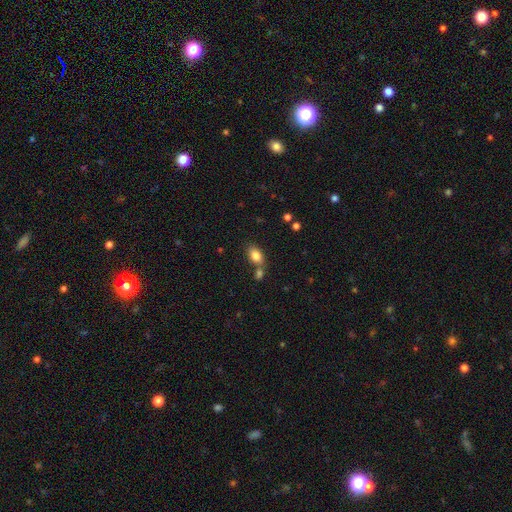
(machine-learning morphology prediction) Smooth or featured?
  - smooth: 84% *
  - star or artifact: 9%
  - featured or disk: 7%
How rounded?
  - in between: 87% *
  - round: 11%
  - cigar-shaped: 2%
Merging?
  - none: 58% *
  - merger: 26%
  - minor disturbance: 12%
  - major disturbance: 4%